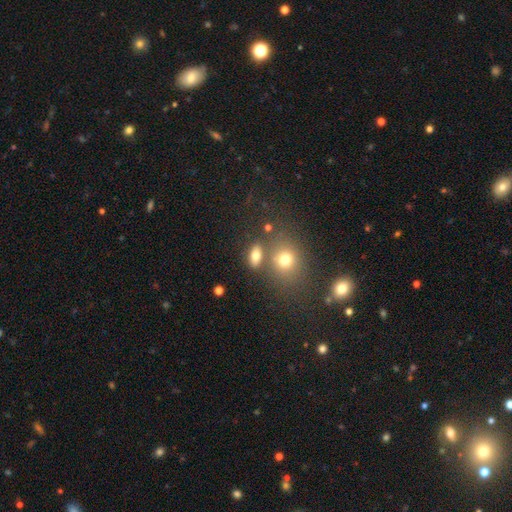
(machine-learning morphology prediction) Overall: smooth (77%). How rounded: in between (77%). Merging: none (67%).